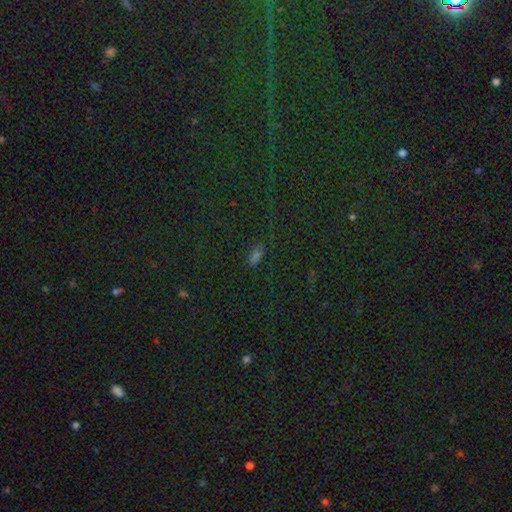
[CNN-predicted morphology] smooth 58%, star or artifact 35%, featured or disk 8%. Down the decision tree: how rounded — in between (85%); merging — none (77%).